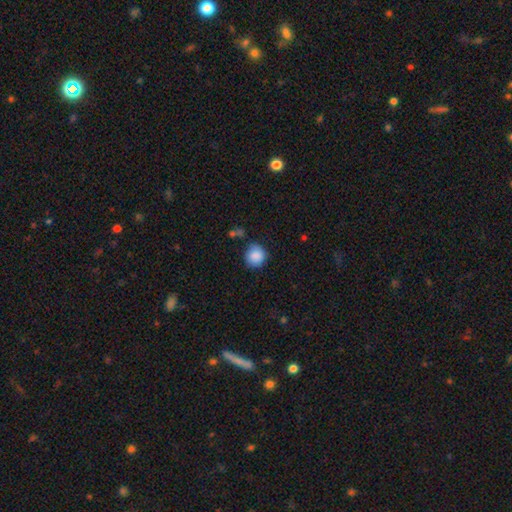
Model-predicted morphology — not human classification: Smooth or featured: smooth — 87% (star or artifact — 8%)
How rounded: round — 89% (in between — 10%)
Merging: none — 72% (minor disturbance — 19%)